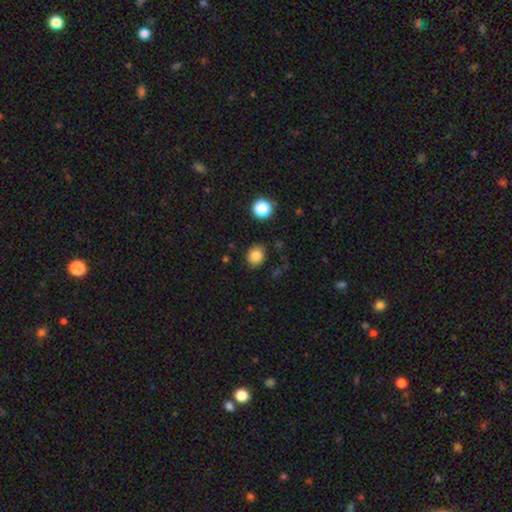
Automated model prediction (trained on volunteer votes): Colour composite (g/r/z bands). It shows a smooth galaxy with no disk features (83%) that is round (70%). Merging: none (83%).